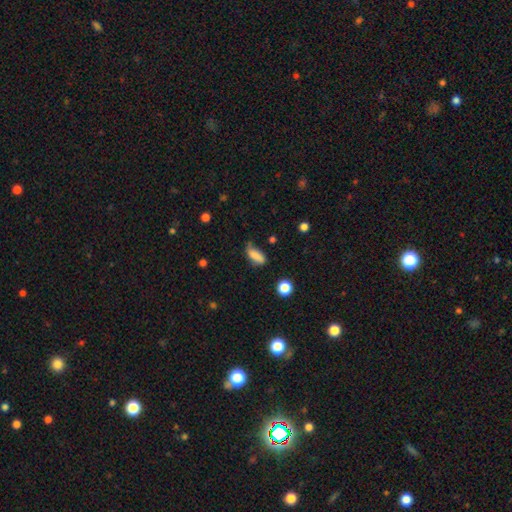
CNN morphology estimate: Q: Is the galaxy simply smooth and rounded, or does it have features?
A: smooth — 81%.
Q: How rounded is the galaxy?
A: in between — 76%.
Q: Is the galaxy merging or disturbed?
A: none — 52%.